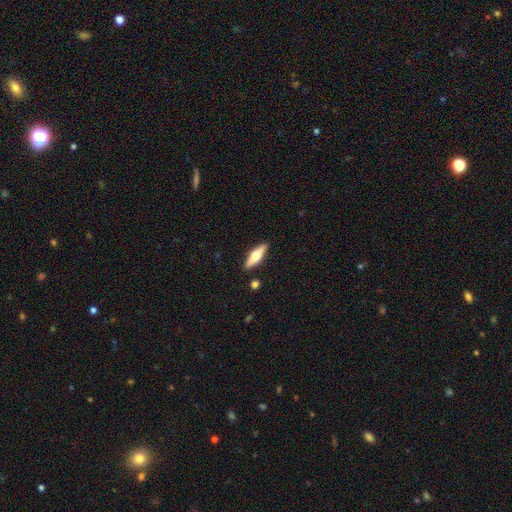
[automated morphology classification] A featured or disk galaxy (52%) viewed edge-on (93%). Merging: none (88%).